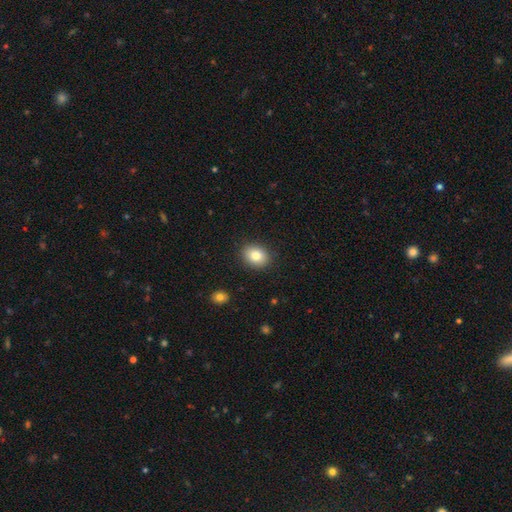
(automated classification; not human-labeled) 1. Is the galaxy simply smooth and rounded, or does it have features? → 82% smooth, 9% featured or disk, 9% star or artifact.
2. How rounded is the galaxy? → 54% in between, 45% round, 1% cigar-shaped.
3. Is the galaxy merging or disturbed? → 88% none, 8% minor disturbance, 2% major disturbance, 1% merger.